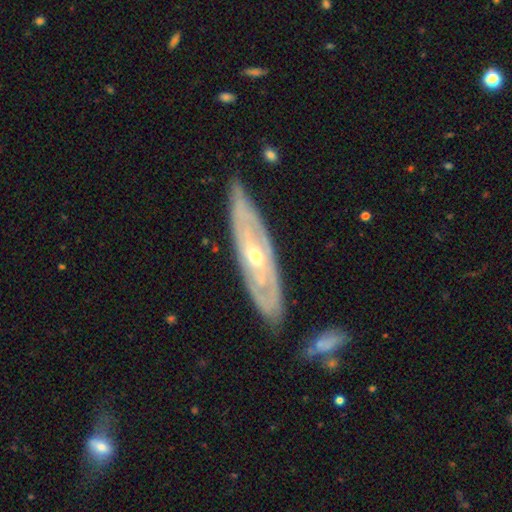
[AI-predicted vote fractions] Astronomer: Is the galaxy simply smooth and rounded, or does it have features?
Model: featured or disk — 80%.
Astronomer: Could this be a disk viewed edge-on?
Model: no — 70%.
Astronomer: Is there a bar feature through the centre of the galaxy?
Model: no — 70%.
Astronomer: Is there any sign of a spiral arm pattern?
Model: yes — 73%.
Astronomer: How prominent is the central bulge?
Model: small — 49% (runner-up: moderate, 47%).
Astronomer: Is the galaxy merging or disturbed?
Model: none — 81%.